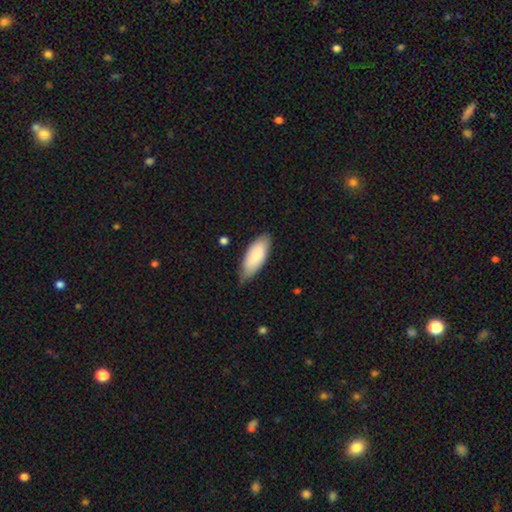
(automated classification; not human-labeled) This appears to be a smooth galaxy with no disk features (85%) that is in between round and cigar-shaped (81%). Merging: none (73%).